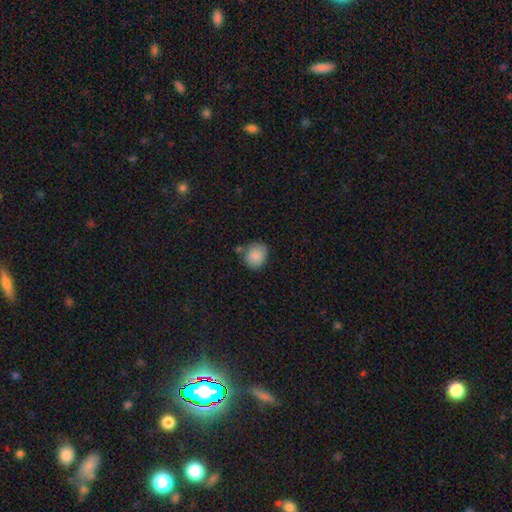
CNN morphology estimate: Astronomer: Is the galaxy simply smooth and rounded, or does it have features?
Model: smooth — 87%.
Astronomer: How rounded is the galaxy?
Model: round — 70%.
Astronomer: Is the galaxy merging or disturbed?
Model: none — 65%.